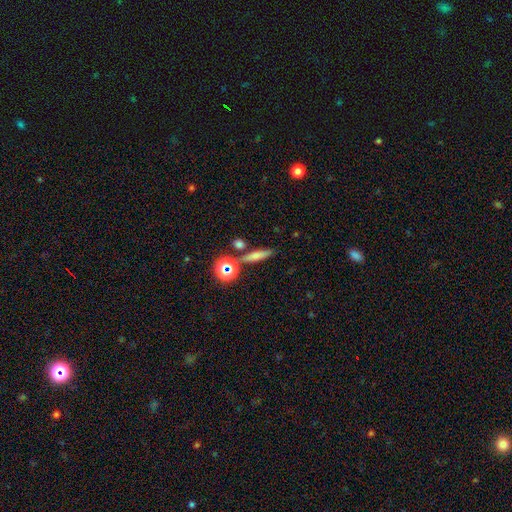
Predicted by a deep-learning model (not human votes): smooth_or_featured: smooth (p=0.62) [alt: featured or disk p=0.22]
how_rounded: cigar-shaped (p=0.70) [alt: in between p=0.19]
merging: none (p=0.76) [alt: merger p=0.11]